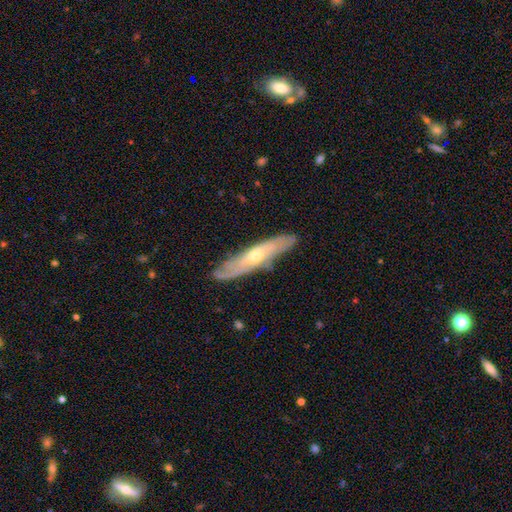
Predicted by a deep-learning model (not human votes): Smooth or featured? Predicted: featured or disk (p=0.69). Edge-on disk? Predicted: no (p=0.51). Merging? Predicted: none (p=0.79).